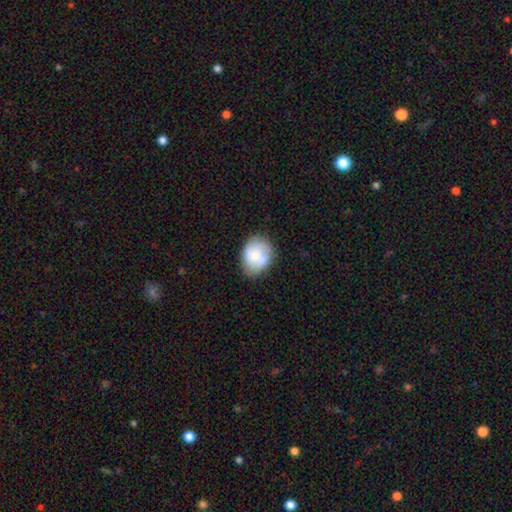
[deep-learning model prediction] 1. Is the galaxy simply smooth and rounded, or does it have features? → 60% smooth, 33% featured or disk, 7% star or artifact.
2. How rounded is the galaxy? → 50% in between, 49% round, 1% cigar-shaped.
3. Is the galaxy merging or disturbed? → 61% none, 23% minor disturbance, 10% merger, 7% major disturbance.